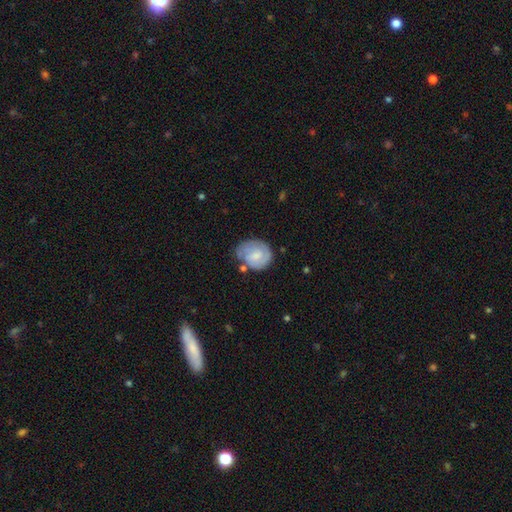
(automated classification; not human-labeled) The model was most divided on "bar": no: 47%, weak: 45%, strong: 7%. Remaining: edge-on disk — no (98%); spiral arms — yes (83%); merging — none (55%); smooth or featured — featured or disk (53%); bulge size — small (48%).